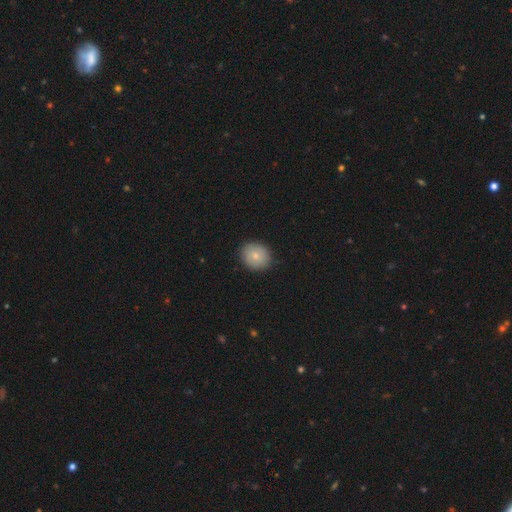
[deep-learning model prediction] A smooth galaxy with no disk features (78%) that is round (76%).

Vote fractions:
- Smooth or featured? smooth: 78% / featured or disk: 15% / star or artifact: 8%
- How rounded? round: 76% / in between: 23% / cigar-shaped: 1%
- Merging? none: 85% / minor disturbance: 11% / major disturbance: 2% / merger: 1%